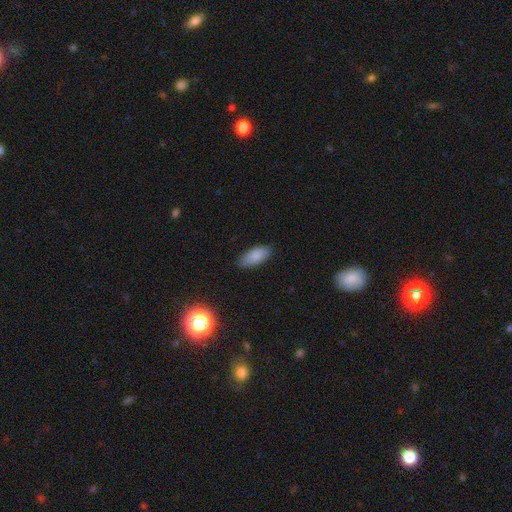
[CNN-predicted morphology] Smooth or featured?
  - smooth: 85% *
  - star or artifact: 7%
  - featured or disk: 7%
How rounded?
  - in between: 86% *
  - cigar-shaped: 12%
  - round: 2%
Merging?
  - none: 83% *
  - minor disturbance: 14%
  - major disturbance: 2%
  - merger: 1%